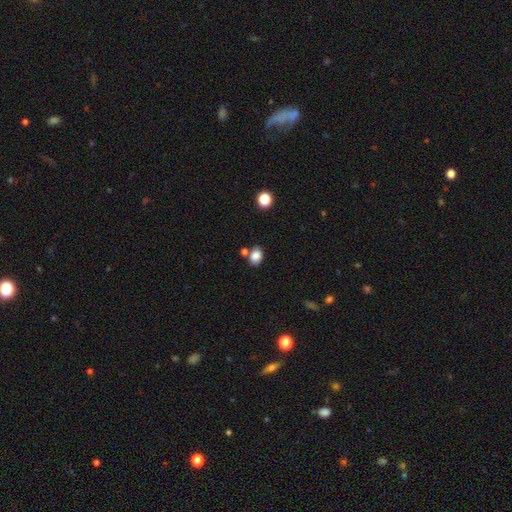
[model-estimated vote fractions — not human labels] smooth 84%, star or artifact 10%, featured or disk 6%. Down the decision tree: how rounded — in between (68%); merging — none (67%).